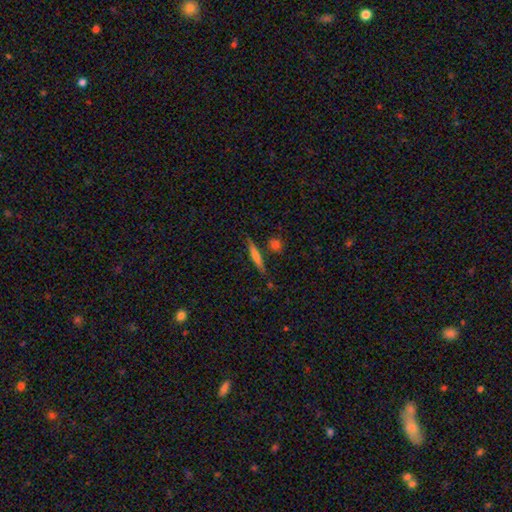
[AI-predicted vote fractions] Overall: smooth (57%; featured or disk 36%). How rounded: cigar-shaped (90%). Merging: none (79%).